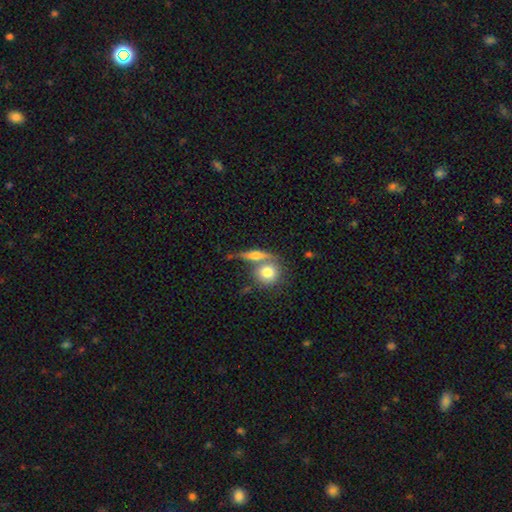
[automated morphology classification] Smooth or featured? Predicted: smooth (p=0.47). Merging? Predicted: none (p=0.52).